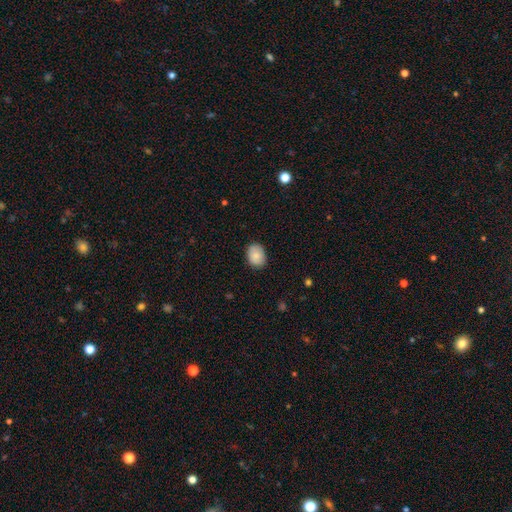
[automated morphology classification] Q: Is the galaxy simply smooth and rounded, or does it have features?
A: smooth — 84%.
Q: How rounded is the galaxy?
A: in between — 67%.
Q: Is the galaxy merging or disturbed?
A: none — 84%.